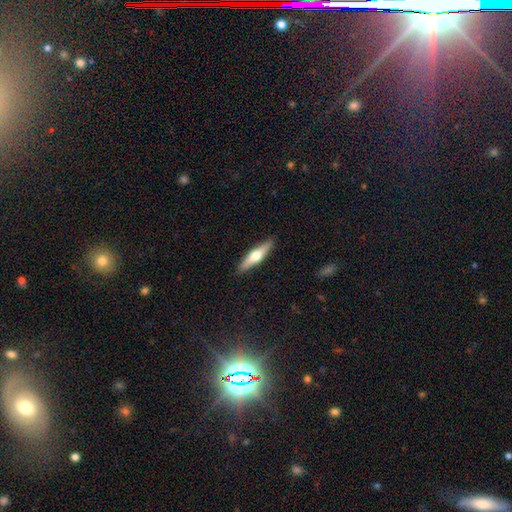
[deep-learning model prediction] featured or disk 53%, smooth 41%, star or artifact 5%. Down the decision tree: edge-on disk — yes (94%); edge-on bulge — rounded (94%); merging — none (90%).